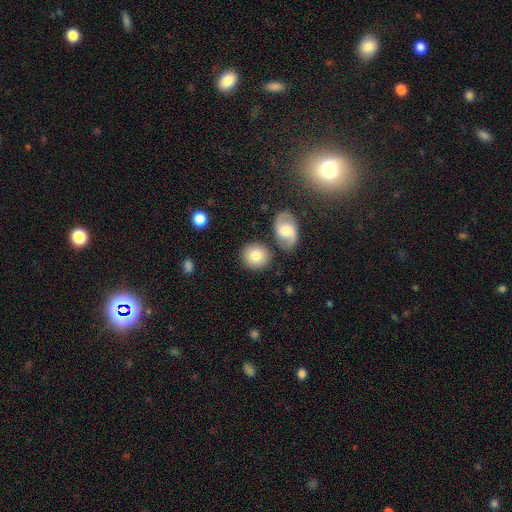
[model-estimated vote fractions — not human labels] A smooth galaxy with no disk features (79%) that is round (82%).

Vote fractions:
- Smooth or featured? smooth: 79% / featured or disk: 14% / star or artifact: 7%
- How rounded? round: 82% / in between: 17% / cigar-shaped: 1%
- Merging? none: 79% / minor disturbance: 9% / merger: 9% / major disturbance: 3%